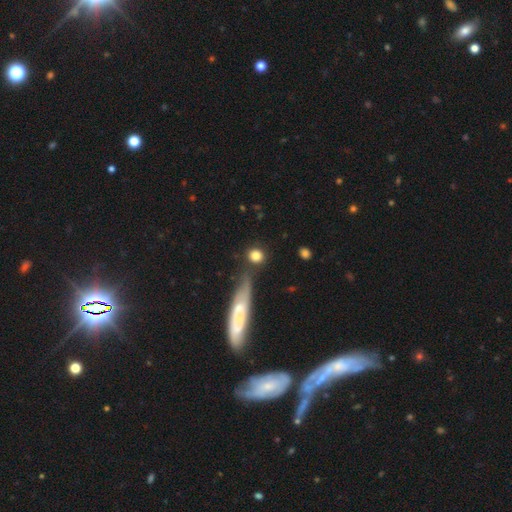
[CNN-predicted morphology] Smooth or featured? smooth (82%)
How rounded? round (79%)
Merging? none (73%)